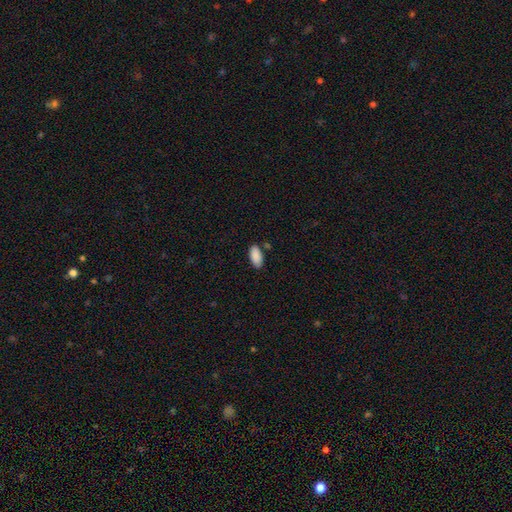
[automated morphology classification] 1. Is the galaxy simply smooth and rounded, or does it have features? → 90% smooth, 6% star or artifact, 4% featured or disk.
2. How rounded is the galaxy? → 92% in between, 6% cigar-shaped, 2% round.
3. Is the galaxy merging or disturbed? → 82% none, 12% minor disturbance, 4% merger, 3% major disturbance.